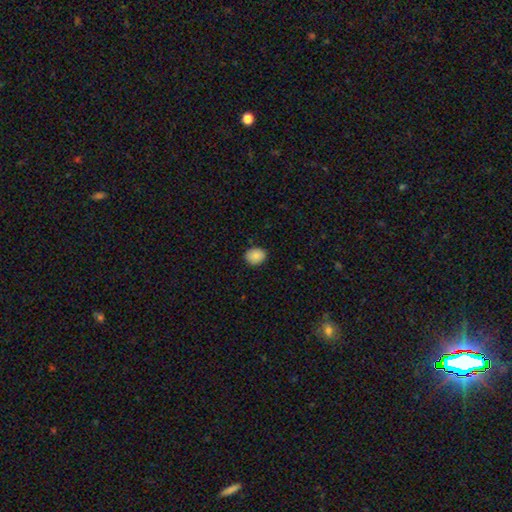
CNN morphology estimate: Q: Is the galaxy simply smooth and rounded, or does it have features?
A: smooth — 87%.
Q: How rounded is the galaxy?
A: round — 55%.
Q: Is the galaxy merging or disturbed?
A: none — 87%.